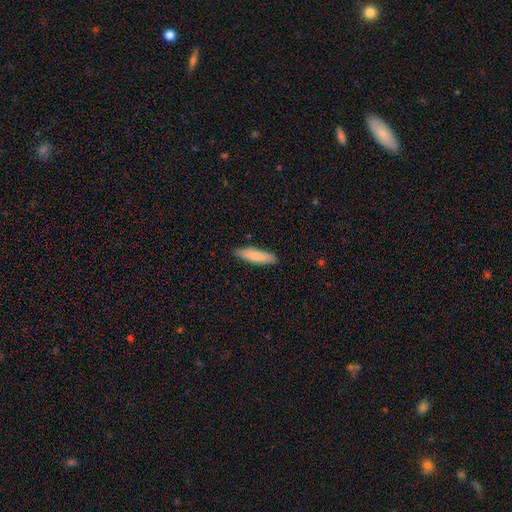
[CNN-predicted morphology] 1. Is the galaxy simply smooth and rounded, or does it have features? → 81% smooth, 14% featured or disk, 6% star or artifact.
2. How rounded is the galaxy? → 64% cigar-shaped, 34% in between, 2% round.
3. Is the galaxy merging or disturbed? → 87% none, 10% minor disturbance, 2% major disturbance, 1% merger.